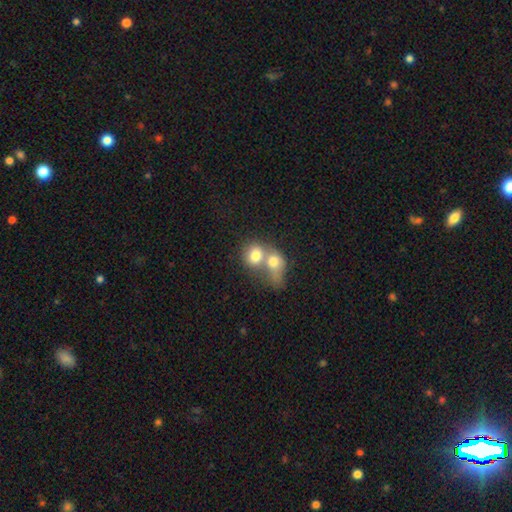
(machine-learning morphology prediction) Smooth or featured? Predicted: smooth (p=0.74). How rounded? Predicted: round (p=0.59). Merging? Predicted: merger (p=0.72).